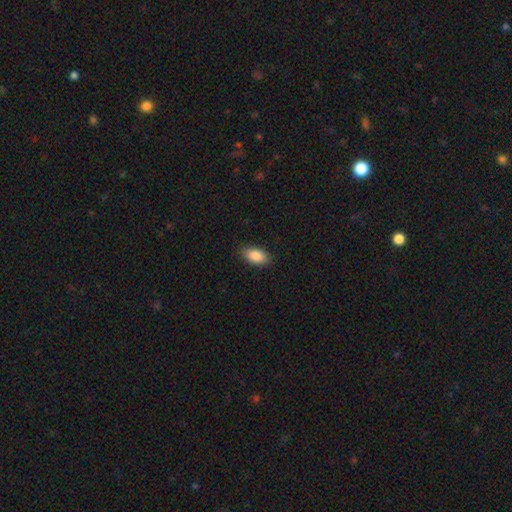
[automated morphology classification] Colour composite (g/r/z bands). It shows a smooth galaxy with no disk features (88%) that is in between round and cigar-shaped (93%). Merging: none (88%).